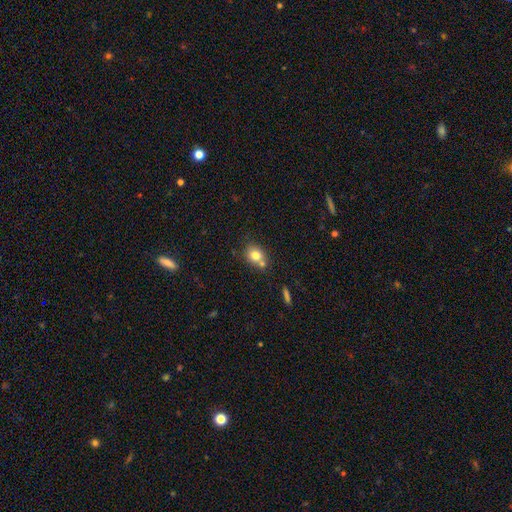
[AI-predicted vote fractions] This appears to be a smooth galaxy with no disk features (77%) that is round (61%). Merging: none (52%).